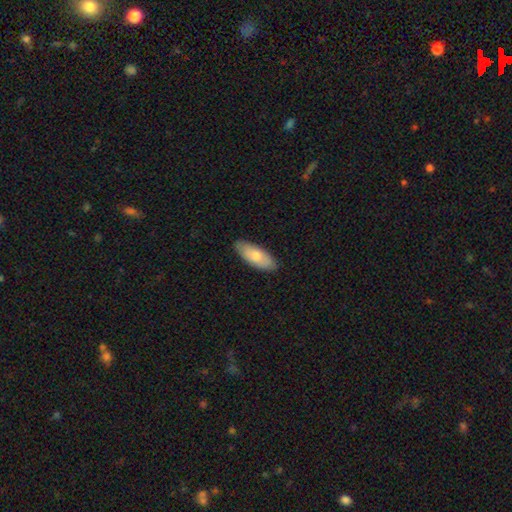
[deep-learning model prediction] A smooth galaxy with no disk features (73%) that is in between round and cigar-shaped (79%).

Vote fractions:
- Smooth or featured? smooth: 73% / featured or disk: 21% / star or artifact: 6%
- How rounded? in between: 79% / cigar-shaped: 19% / round: 2%
- Merging? none: 86% / minor disturbance: 11% / major disturbance: 2% / merger: 1%